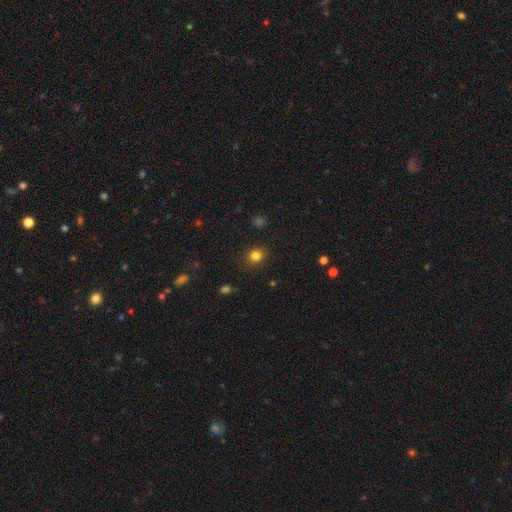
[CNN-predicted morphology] Smooth or featured: smooth — 83% (star or artifact — 12%)
How rounded: round — 72% (in between — 27%)
Merging: none — 88% (minor disturbance — 9%)